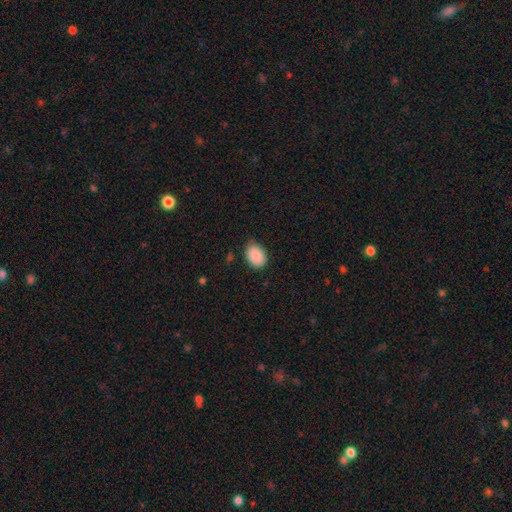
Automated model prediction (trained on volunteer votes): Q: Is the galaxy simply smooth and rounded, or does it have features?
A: smooth — 89%.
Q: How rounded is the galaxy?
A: in between — 80%.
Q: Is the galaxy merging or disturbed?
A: none — 72%.